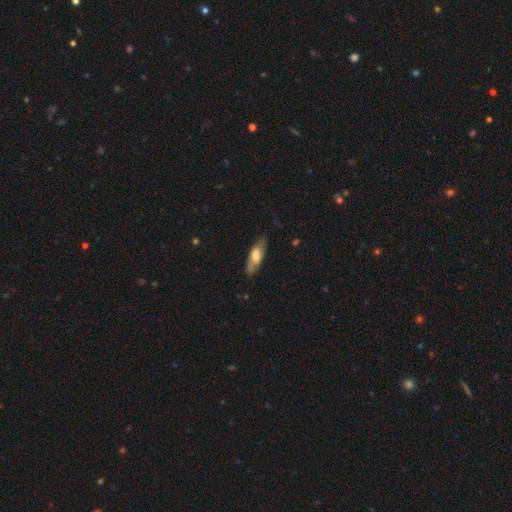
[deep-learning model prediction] Smooth or featured: smooth — 52% (featured or disk — 42%)
How rounded: in between — 61% (cigar-shaped — 36%)
Merging: none — 75% (minor disturbance — 19%)